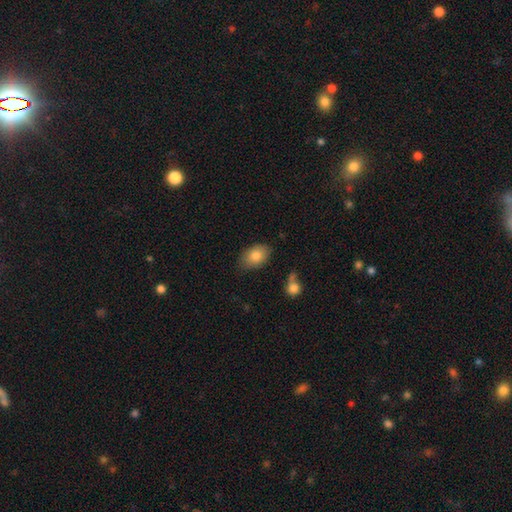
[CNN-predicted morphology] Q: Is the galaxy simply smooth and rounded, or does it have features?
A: smooth — 82%.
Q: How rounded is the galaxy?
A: in between — 86%.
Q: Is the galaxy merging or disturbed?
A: none — 78%.